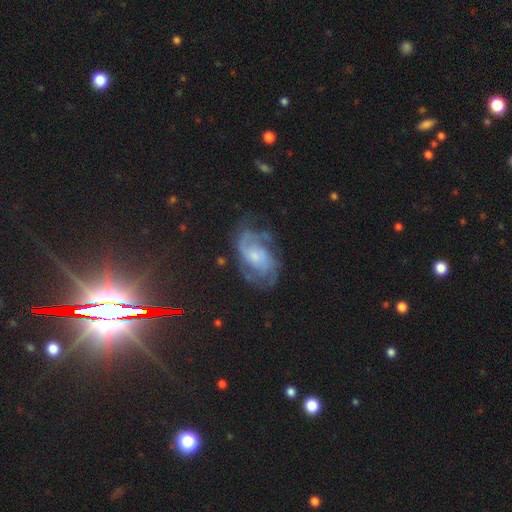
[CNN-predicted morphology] Smooth or featured?
  - featured or disk: 79% *
  - smooth: 11%
  - star or artifact: 9%
Edge-on disk?
  - no: 97% *
  - yes: 3%
Bar?
  - no: 63% *
  - weak: 32%
  - strong: 6%
Spiral arms?
  - yes: 93% *
  - no: 7%
Spiral winding?
  - medium: 45% *
  - tight: 38%
  - loose: 17%
Spiral arm count?
  - 2: 48% *
  - can't tell: 24%
  - 3: 14%
  - 1: 5%
  - 4: 5%
  - more than 4: 4%
Bulge size?
  - small: 52% *
  - moderate: 35%
  - none: 6%
  - large: 5%
  - dominant: 1%
Merging?
  - none: 62% *
  - minor disturbance: 22%
  - major disturbance: 14%
  - merger: 2%